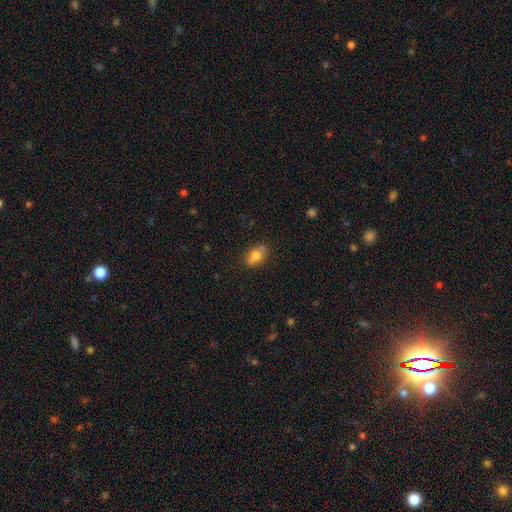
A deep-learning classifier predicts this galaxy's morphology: Smooth or featured?
  - smooth: 72% *
  - featured or disk: 18%
  - star or artifact: 10%
How rounded?
  - in between: 76% *
  - round: 20%
  - cigar-shaped: 4%
Merging?
  - none: 63% *
  - minor disturbance: 17%
  - merger: 15%
  - major disturbance: 4%